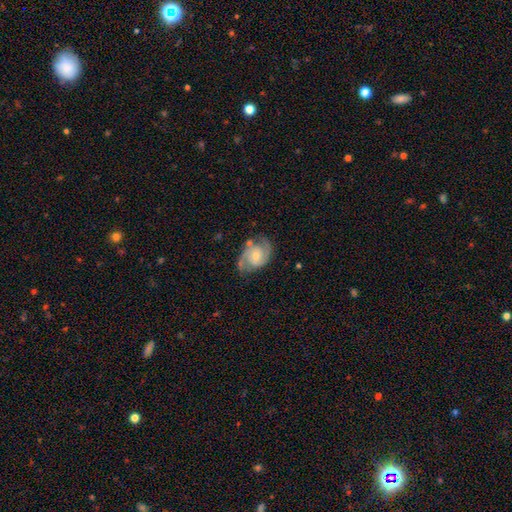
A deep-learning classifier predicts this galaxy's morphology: Smooth or featured? featured or disk (83%)
Edge-on disk? no (97%)
Bar? no (56%)
Spiral arms? yes (95%)
Spiral winding? medium (52%)
Spiral arm count? 2 (88%)
Bulge size? moderate (47%)
Merging? none (69%)